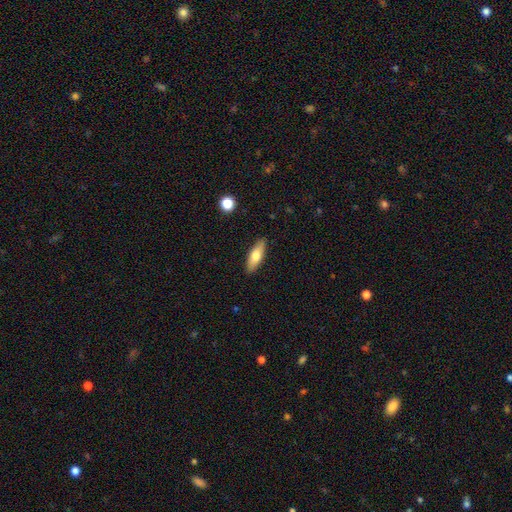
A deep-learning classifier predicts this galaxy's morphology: smooth 67%, featured or disk 27%, star or artifact 6%. Down the decision tree: how rounded — in between (55%); merging — none (89%).